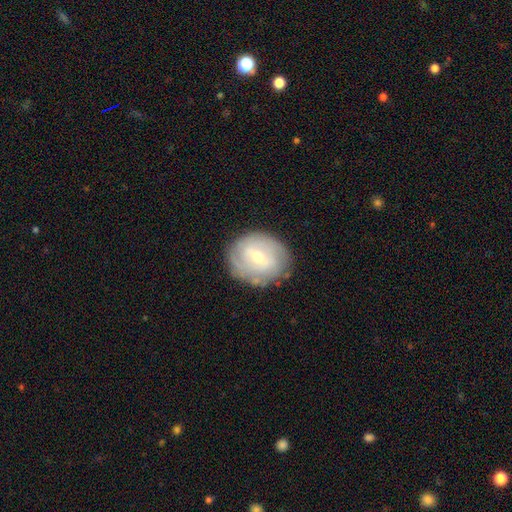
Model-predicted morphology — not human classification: smooth_or_featured: featured or disk (p=0.66) [alt: smooth p=0.27]
disk_edge_on: no (p=0.96) [alt: yes p=0.04]
bar: weak (p=0.52) [alt: no p=0.27]
has_spiral_arms: yes (p=0.75) [alt: no p=0.25]
bulge_size: moderate (p=0.51) [alt: small p=0.45]
merging: none (p=0.81) [alt: minor disturbance p=0.13]